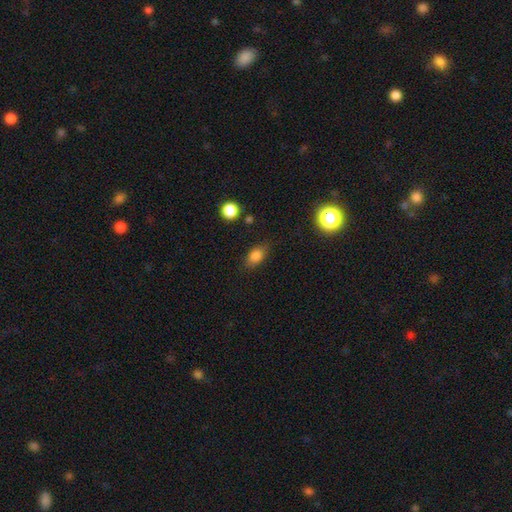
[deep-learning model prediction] The model was most divided on "merging": none: 80%, minor disturbance: 15%, major disturbance: 4%, merger: 2%. More confident: how rounded — in between (82%); smooth or featured — smooth (82%).